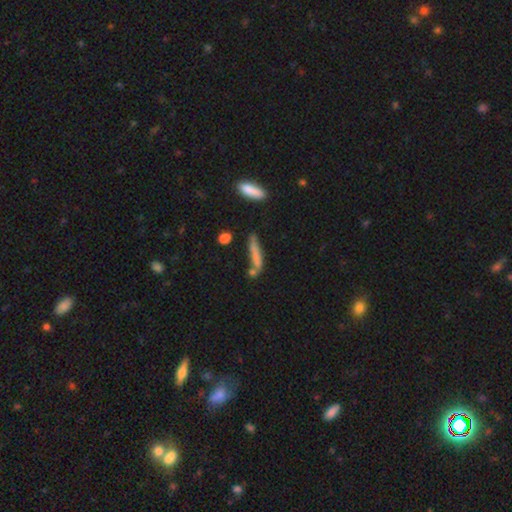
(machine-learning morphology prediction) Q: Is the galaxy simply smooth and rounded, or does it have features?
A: smooth — 71%.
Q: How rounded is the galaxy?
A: cigar-shaped — 88%.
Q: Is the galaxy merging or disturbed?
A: none — 62%.